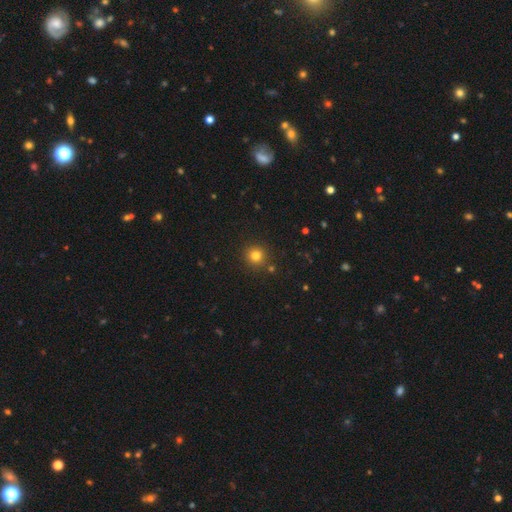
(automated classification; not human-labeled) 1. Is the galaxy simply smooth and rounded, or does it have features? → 80% smooth, 15% star or artifact, 6% featured or disk.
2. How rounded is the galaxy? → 93% round, 6% in between, 1% cigar-shaped.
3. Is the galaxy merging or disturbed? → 86% none, 7% minor disturbance, 4% merger, 2% major disturbance.